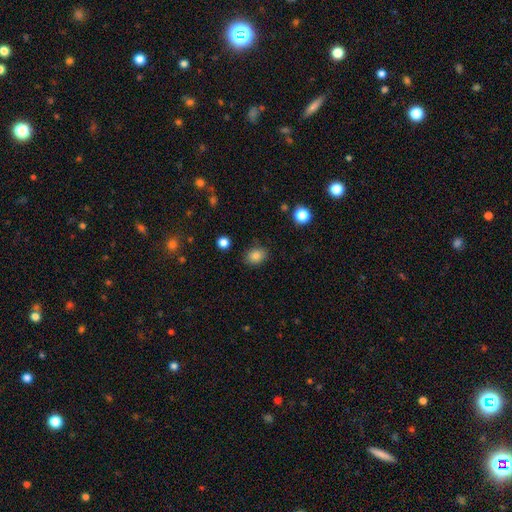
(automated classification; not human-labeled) Morphology: type=smooth (84%); roundness=in between (62%); merging=none (83%).